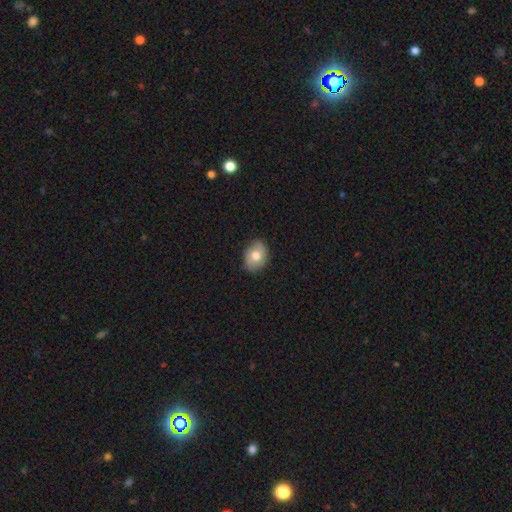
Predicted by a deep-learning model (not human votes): smooth-or-featured: smooth: 71% | featured or disk: 22% | star or artifact: 8%
  how-rounded: in between: 63% | round: 36% | cigar-shaped: 1%
  merging: none: 80% | minor disturbance: 16% | major disturbance: 3% | merger: 1%